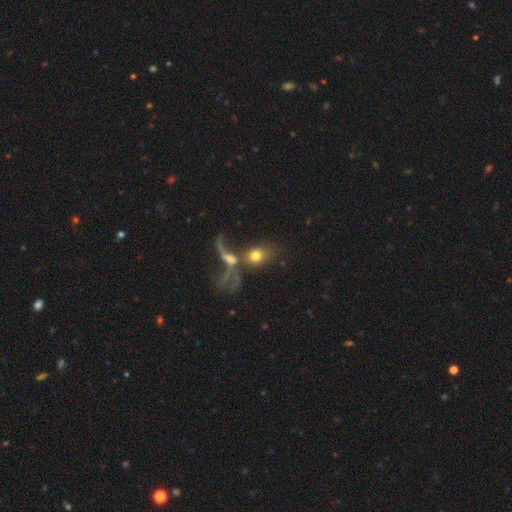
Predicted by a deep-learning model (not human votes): A smooth galaxy with no disk features (60%) that is in between round and cigar-shaped (62%).

Vote fractions:
- Smooth or featured? smooth: 60% / featured or disk: 29% / star or artifact: 12%
- How rounded? in between: 62% / round: 35% / cigar-shaped: 4%
- Merging? merger: 54% / none: 21% / major disturbance: 17% / minor disturbance: 8%